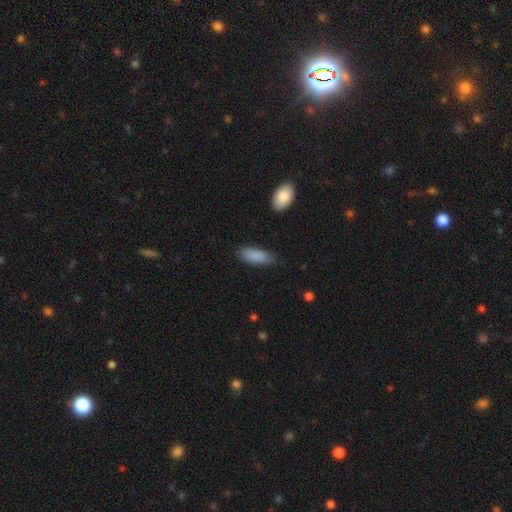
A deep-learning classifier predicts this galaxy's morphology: Smooth or featured? Predicted: smooth (p=0.88). How rounded? Predicted: in between (p=0.71). Merging? Predicted: none (p=0.77).